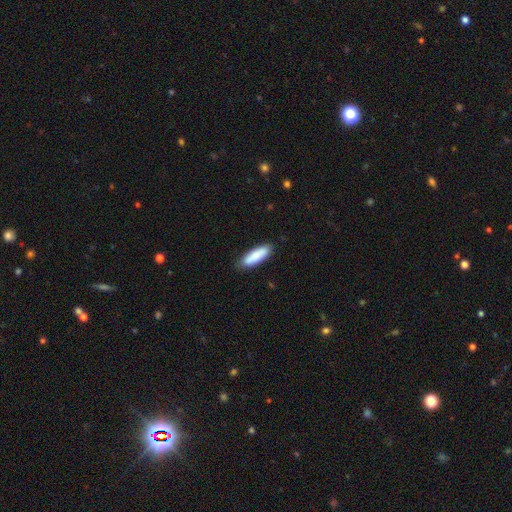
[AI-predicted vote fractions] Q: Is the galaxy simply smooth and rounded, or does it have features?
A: smooth — 84%.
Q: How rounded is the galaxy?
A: cigar-shaped — 50%.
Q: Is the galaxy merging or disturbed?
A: none — 84%.